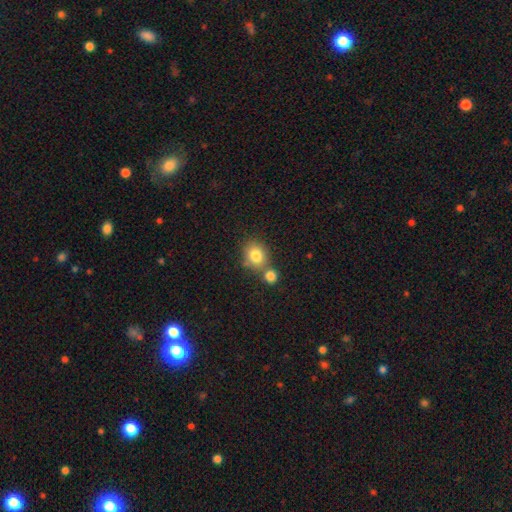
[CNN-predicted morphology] smooth 81%, star or artifact 10%, featured or disk 9%. Down the decision tree: how rounded — round (69%); merging — none (54%).